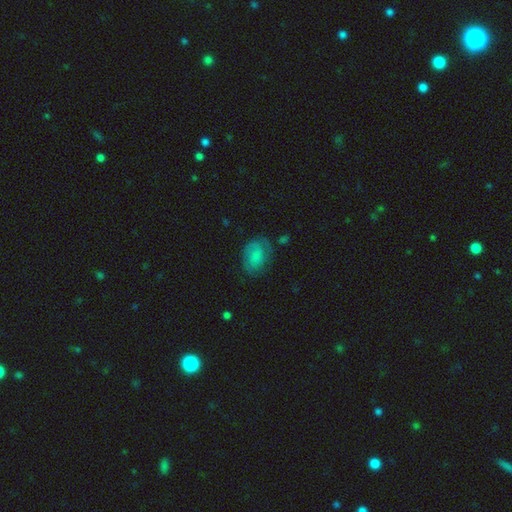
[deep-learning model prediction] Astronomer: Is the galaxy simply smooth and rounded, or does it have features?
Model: smooth — 56% (runner-up: featured or disk, 33%).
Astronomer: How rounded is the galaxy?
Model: in between — 71%.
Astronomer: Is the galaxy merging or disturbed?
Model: none — 64%.